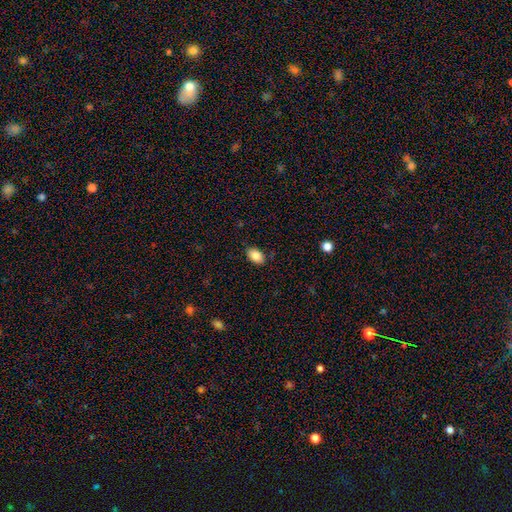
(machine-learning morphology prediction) Smooth or featured? smooth (86%)
How rounded? in between (87%)
Merging? none (84%)